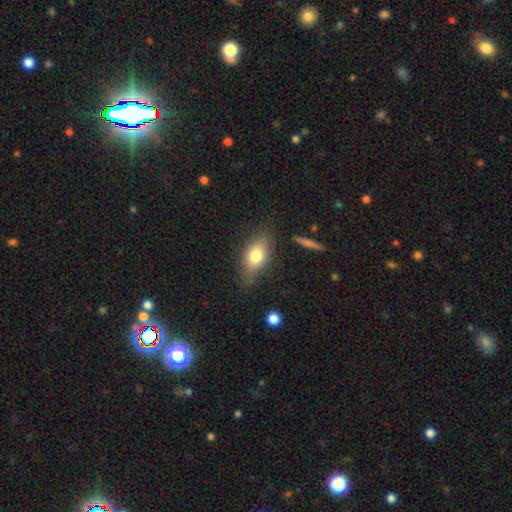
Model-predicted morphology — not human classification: Smooth or featured? Predicted: smooth (p=0.74). How rounded? Predicted: in between (p=0.82). Merging? Predicted: none (p=0.74).